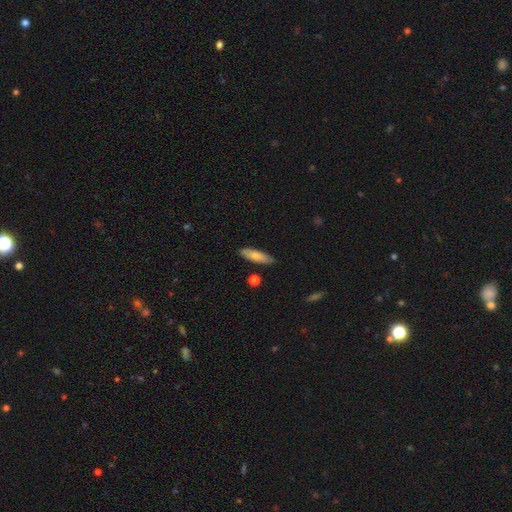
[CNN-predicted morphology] The model was most divided on "how rounded": cigar-shaped: 55%, in between: 43%, round: 2%. More confident: merging — none (82%); smooth or featured — smooth (75%).